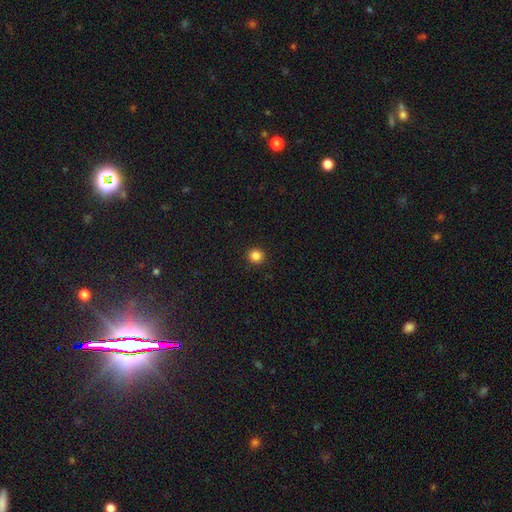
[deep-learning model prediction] The model was most divided on "smooth or featured": smooth: 85%, star or artifact: 12%, featured or disk: 3%. More confident: how rounded — round (93%); merging — none (93%).